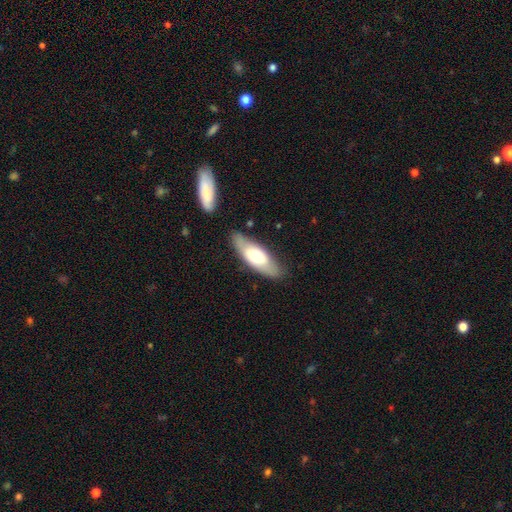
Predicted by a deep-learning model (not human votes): This appears to be a smooth galaxy with no disk features (57%) that is in between round and cigar-shaped (70%). Merging: none (77%).